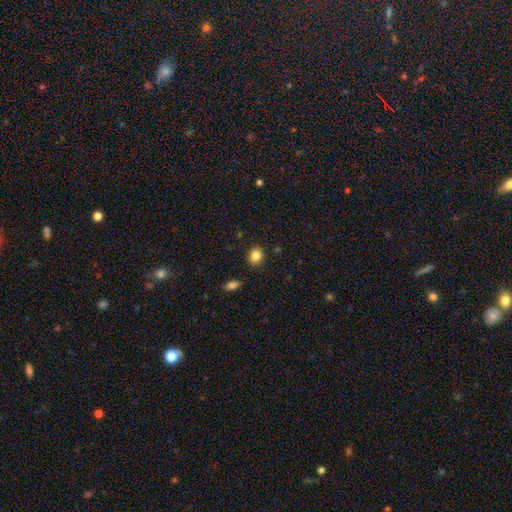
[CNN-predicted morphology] A smooth galaxy with no disk features (84%) that is round (64%). Merging: none (89%).